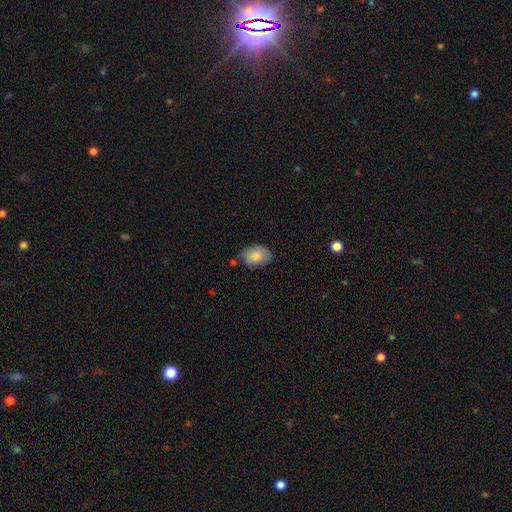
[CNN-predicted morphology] Q: Smooth or featured?
A: smooth (83%); runner-up: featured or disk (11%)
Q: How rounded?
A: in between (85%); runner-up: round (14%)
Q: Merging?
A: none (70%); runner-up: minor disturbance (22%)